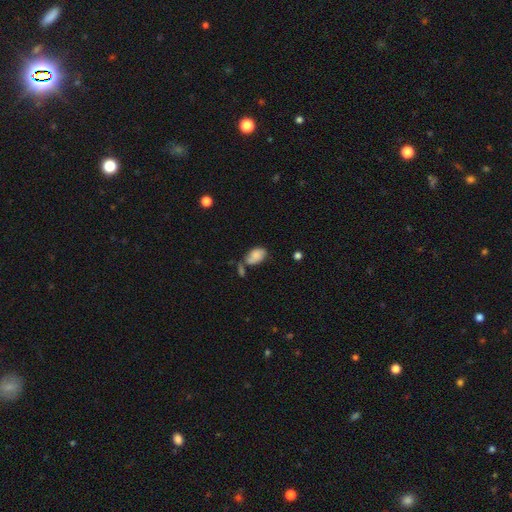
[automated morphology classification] This is likely a smooth galaxy (79%). How rounded: clearly in between (89%). Merging: marginally none (41%).